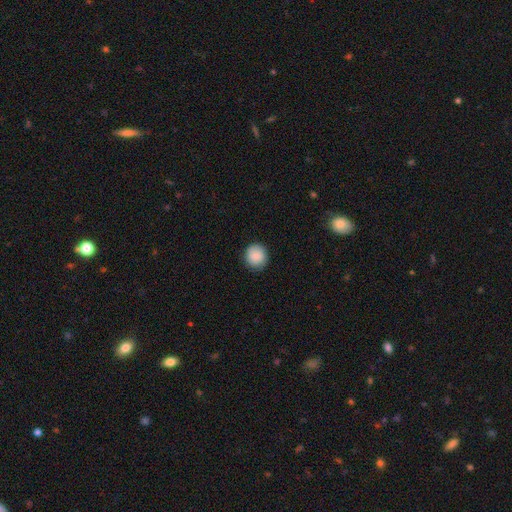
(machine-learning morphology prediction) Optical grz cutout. It shows a smooth galaxy with no disk features (88%) that is round (90%). Merging: none (87%).